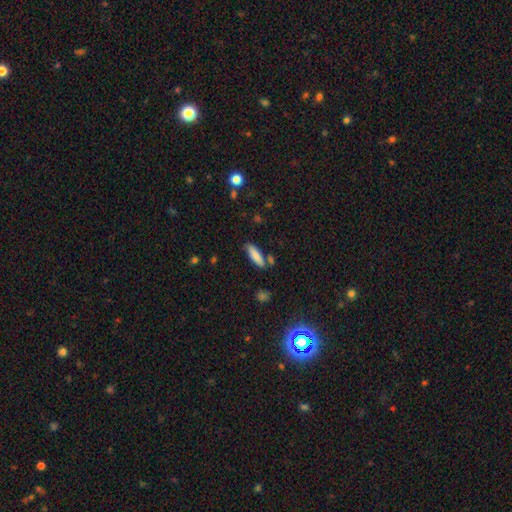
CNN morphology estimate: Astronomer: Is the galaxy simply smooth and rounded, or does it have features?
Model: smooth — 84%.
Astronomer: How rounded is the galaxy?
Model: cigar-shaped — 53% (runner-up: in between, 45%).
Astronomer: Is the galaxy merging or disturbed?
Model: none — 74%.